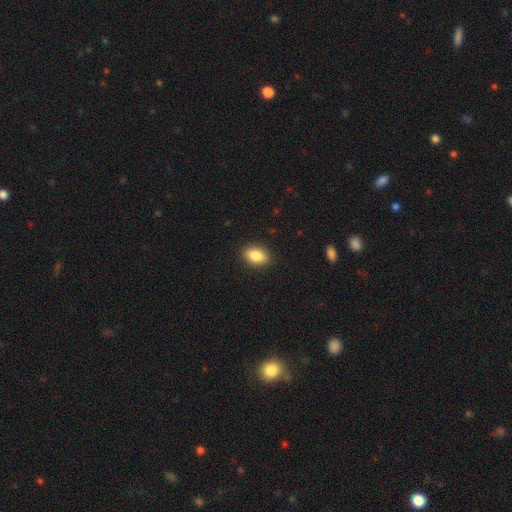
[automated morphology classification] Q: Smooth or featured?
A: smooth (86%); runner-up: star or artifact (8%)
Q: How rounded?
A: in between (86%); runner-up: round (12%)
Q: Merging?
A: none (90%); runner-up: minor disturbance (8%)